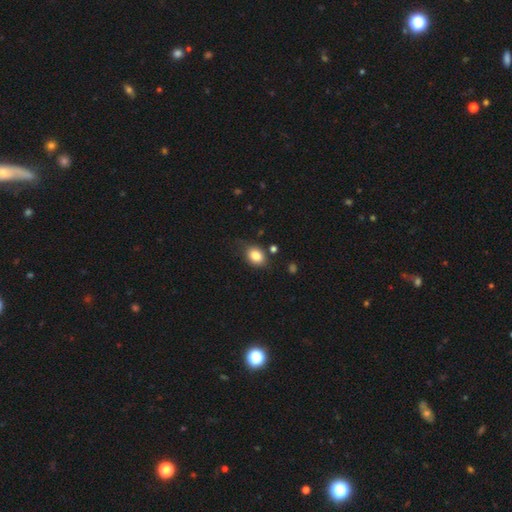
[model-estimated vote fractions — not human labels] smooth-or-featured: smooth: 83% | star or artifact: 9% | featured or disk: 8%
  how-rounded: in between: 62% | round: 37% | cigar-shaped: 1%
  merging: none: 73% | minor disturbance: 18% | major disturbance: 5% | merger: 4%